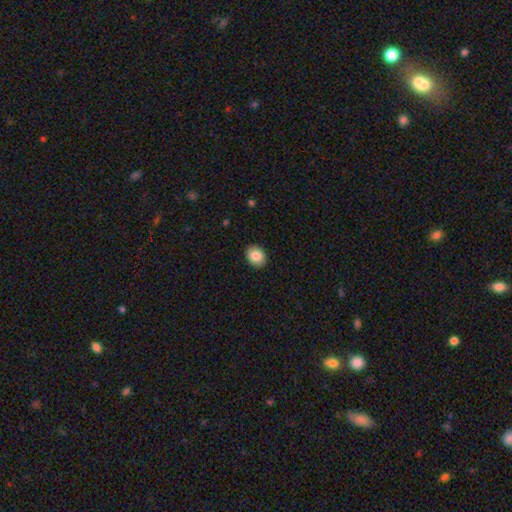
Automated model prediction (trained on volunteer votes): The model was most divided on "how rounded": round: 54%, in between: 45%, cigar-shaped: 1%. More confident: merging — none (91%); smooth or featured — smooth (85%).